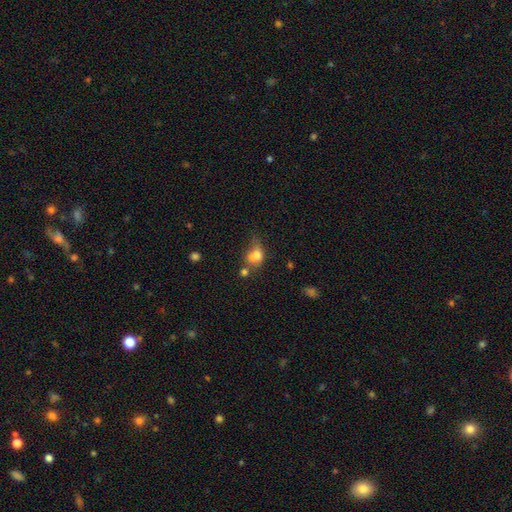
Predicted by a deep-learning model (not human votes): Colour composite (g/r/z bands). It shows a smooth galaxy with no disk features (68%) that is in between round and cigar-shaped (59%). Merging: merger (47%).